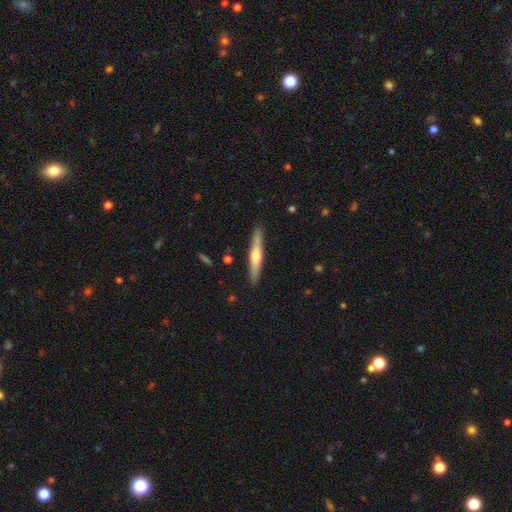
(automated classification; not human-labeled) Smooth or featured? Predicted: featured or disk (p=0.55). Edge-on disk? Predicted: yes (p=0.96). Edge-on bulge? Predicted: rounded (p=0.80). Merging? Predicted: none (p=0.90).